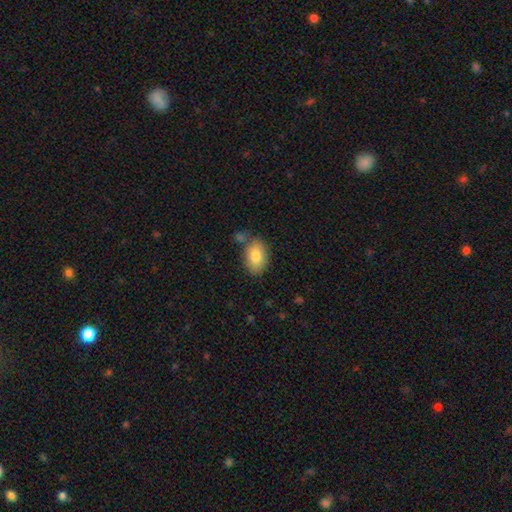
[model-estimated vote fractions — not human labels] A smooth galaxy with no disk features (83%) that is in between round and cigar-shaped (88%).

Vote fractions:
- Smooth or featured? smooth: 83% / featured or disk: 10% / star or artifact: 7%
- How rounded? in between: 88% / round: 11% / cigar-shaped: 1%
- Merging? none: 71% / minor disturbance: 15% / merger: 10% / major disturbance: 4%